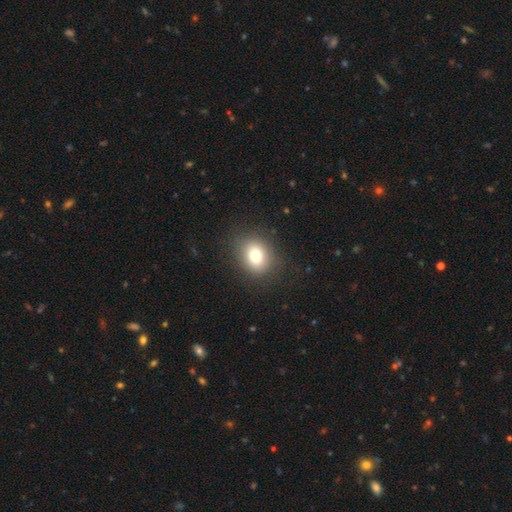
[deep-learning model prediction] The model was most divided on "how rounded": round: 54%, in between: 46%, cigar-shaped: 1%. More confident: merging — none (86%); smooth or featured — smooth (78%).